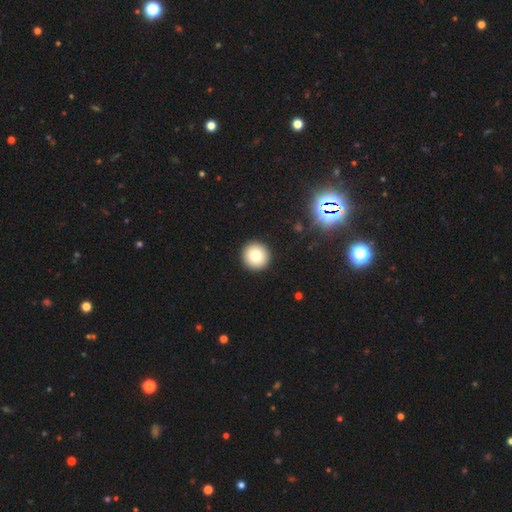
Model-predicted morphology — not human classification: smooth 78%, featured or disk 11%, star or artifact 11%. Down the decision tree: how rounded — round (96%); merging — none (93%).